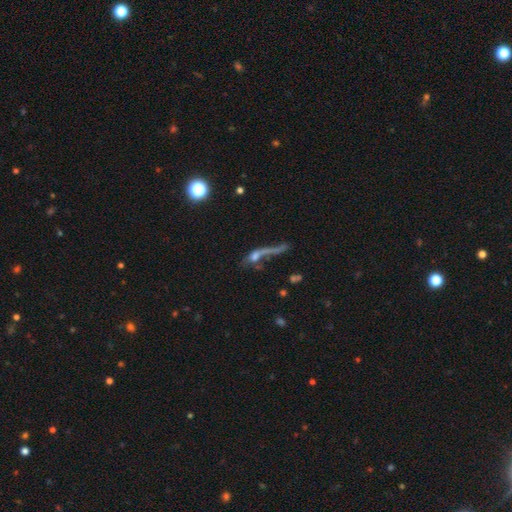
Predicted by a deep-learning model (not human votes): Overall: featured or disk (46%; smooth 31%). Merging: none (39%; merger 24%).